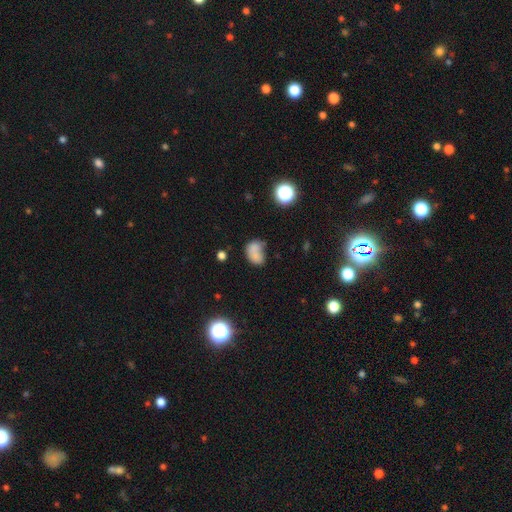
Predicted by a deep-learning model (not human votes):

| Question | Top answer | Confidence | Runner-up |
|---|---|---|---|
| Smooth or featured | smooth | 73% | star or artifact (14%) |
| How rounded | in between | 75% | round (24%) |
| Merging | none | 39% | minor disturbance (25%) |